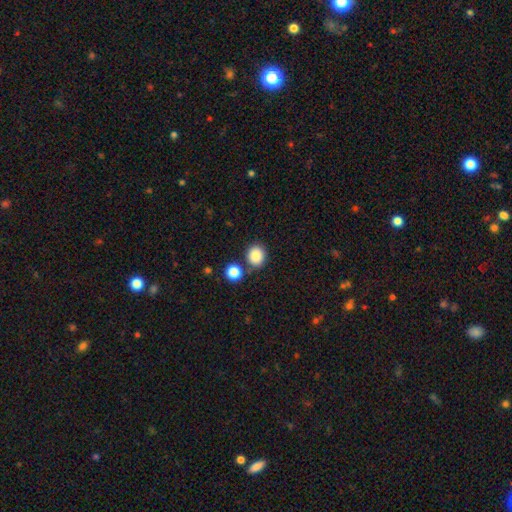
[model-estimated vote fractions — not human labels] Overall: smooth (86%). How rounded: round (73%). Merging: none (78%).